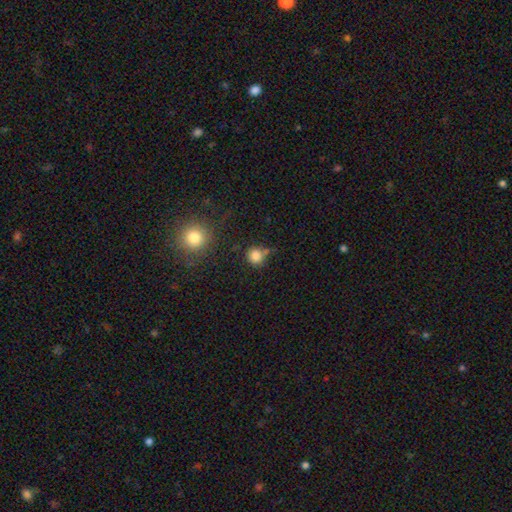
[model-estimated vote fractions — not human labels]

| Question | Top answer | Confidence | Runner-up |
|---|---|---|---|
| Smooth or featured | smooth | 82% | star or artifact (12%) |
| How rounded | round | 90% | in between (9%) |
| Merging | none | 68% | merger (14%) |